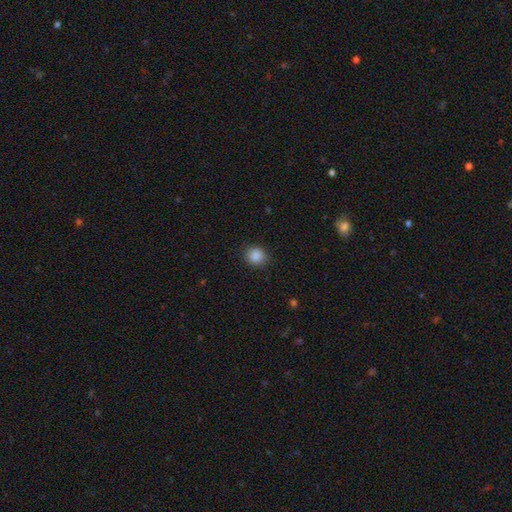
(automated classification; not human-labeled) This appears to be a smooth galaxy with no disk features (87%) that is round (83%). Merging: none (88%).